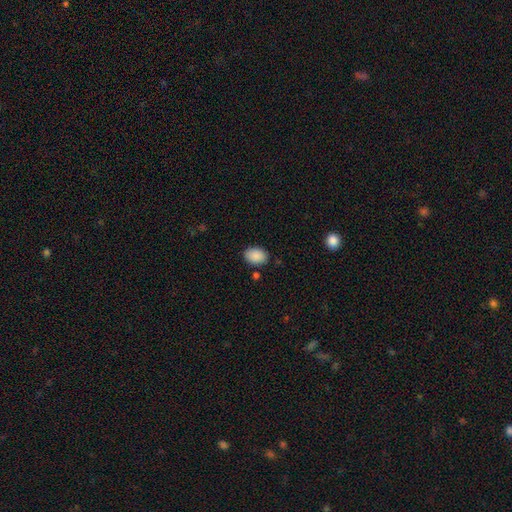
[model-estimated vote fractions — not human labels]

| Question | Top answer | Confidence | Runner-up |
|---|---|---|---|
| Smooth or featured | smooth | 89% | star or artifact (7%) |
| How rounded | in between | 77% | round (22%) |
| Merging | none | 83% | minor disturbance (12%) |